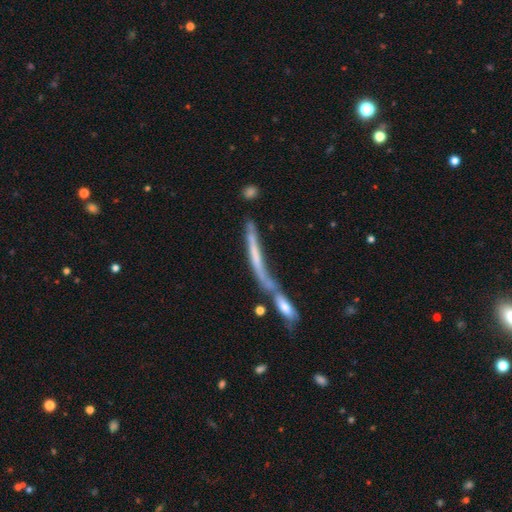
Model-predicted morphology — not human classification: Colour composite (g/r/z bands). It shows a featured or disk galaxy (52%) viewed edge-on (72%). Merging: merger (56%).